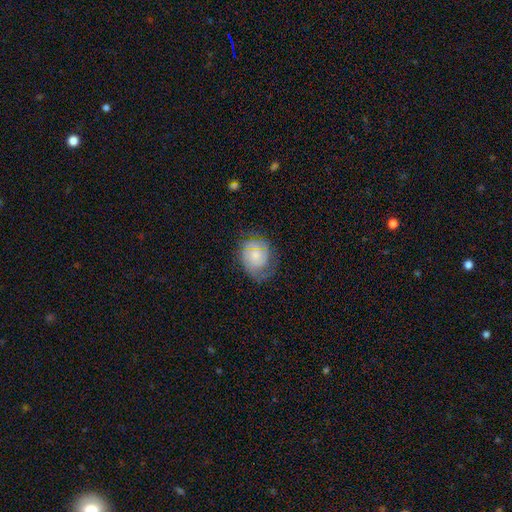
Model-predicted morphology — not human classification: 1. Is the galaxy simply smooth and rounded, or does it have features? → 48% featured or disk, 44% smooth, 8% star or artifact.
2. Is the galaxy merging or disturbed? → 57% none, 27% minor disturbance, 15% major disturbance, 1% merger.